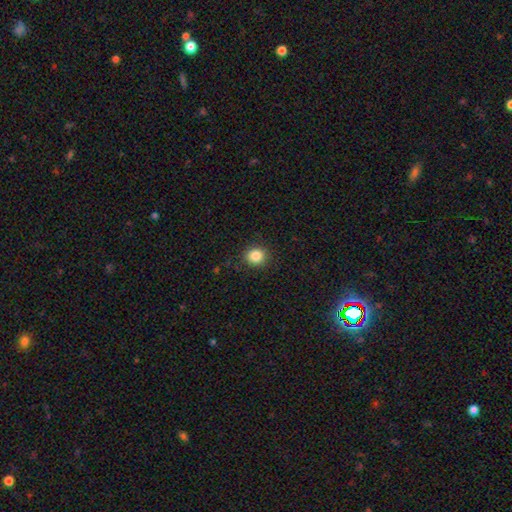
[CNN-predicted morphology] smooth_or_featured: smooth (p=0.85) [alt: star or artifact p=0.11]
how_rounded: round (p=0.84) [alt: in between p=0.15]
merging: none (p=0.90) [alt: minor disturbance p=0.07]